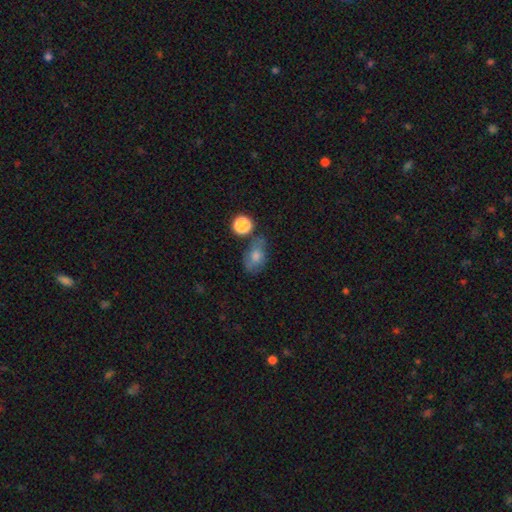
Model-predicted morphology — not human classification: type=smooth (60%); roundness=in between (75%); merging=none (56%).